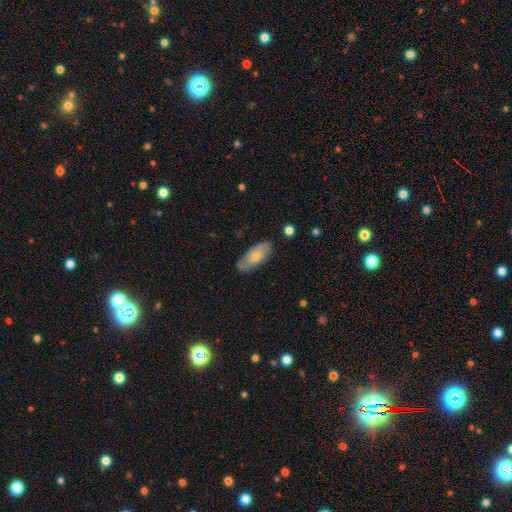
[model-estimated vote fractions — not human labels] A smooth galaxy with no disk features (63%) that is in between round and cigar-shaped (84%). Merging: none (78%).